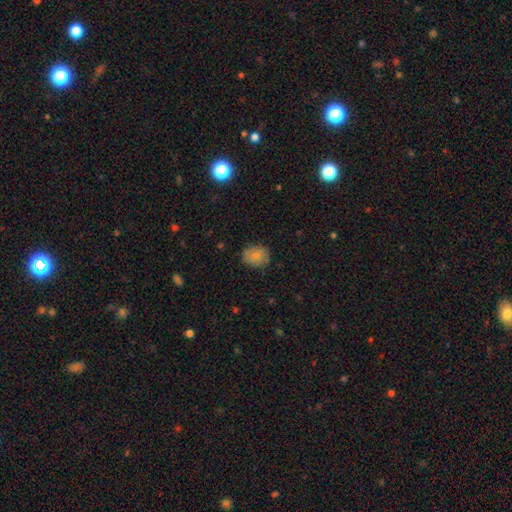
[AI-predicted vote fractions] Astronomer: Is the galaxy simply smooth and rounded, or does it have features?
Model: smooth — 84%.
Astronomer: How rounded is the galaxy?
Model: round — 59% (runner-up: in between, 40%).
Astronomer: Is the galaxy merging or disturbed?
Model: none — 81%.